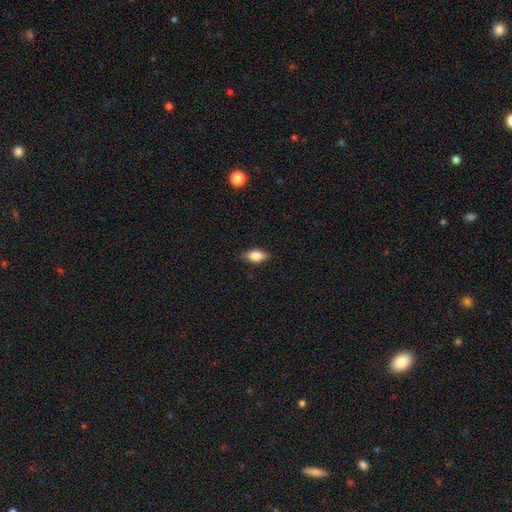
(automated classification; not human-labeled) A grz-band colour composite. It shows a smooth galaxy with no disk features (80%) that is in between round and cigar-shaped (86%). Merging: none (84%).